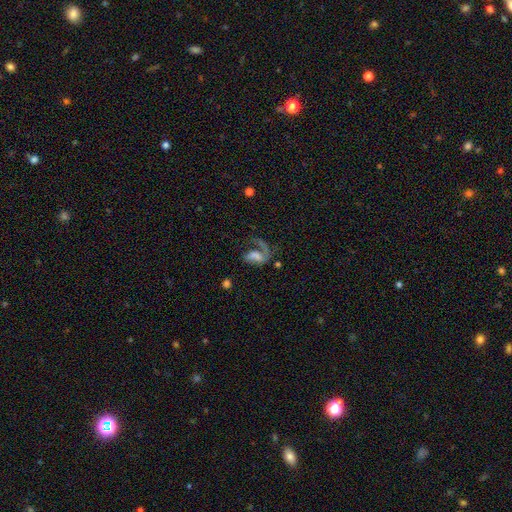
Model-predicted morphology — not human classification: Q: Smooth or featured?
A: featured or disk (62%); runner-up: smooth (26%)
Q: Edge-on disk?
A: no (96%); runner-up: yes (4%)
Q: Bar?
A: no (52%); runner-up: weak (33%)
Q: Spiral arms?
A: yes (77%); runner-up: no (23%)
Q: Bulge size?
A: none (39%); runner-up: small (23%)
Q: Merging?
A: major disturbance (43%); runner-up: none (33%)